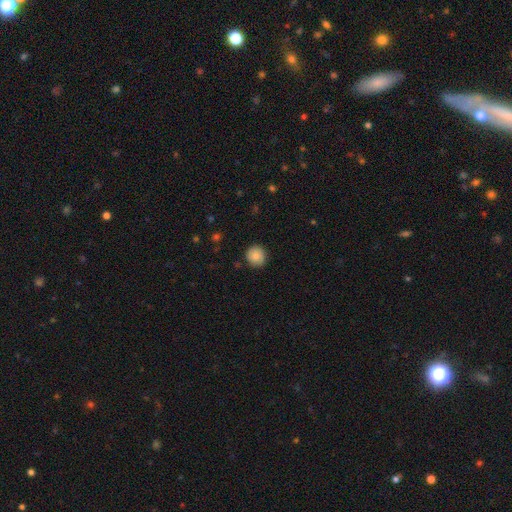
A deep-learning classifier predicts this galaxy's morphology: This is clearly a smooth galaxy (84%). How rounded: clearly round (91%). Merging: clearly none (87%).